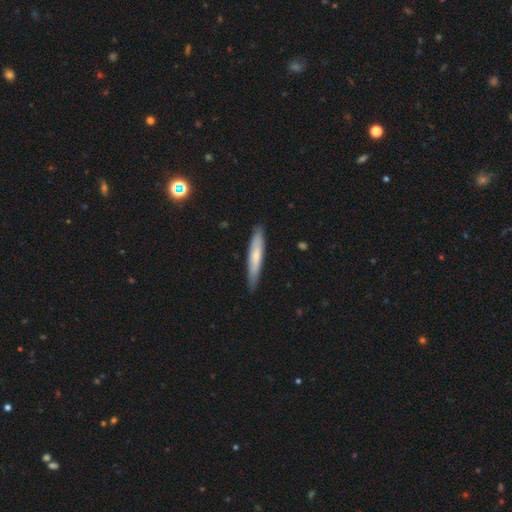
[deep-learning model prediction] Smooth or featured? Predicted: smooth (p=0.63). How rounded? Predicted: cigar-shaped (p=0.92). Merging? Predicted: none (p=0.86).